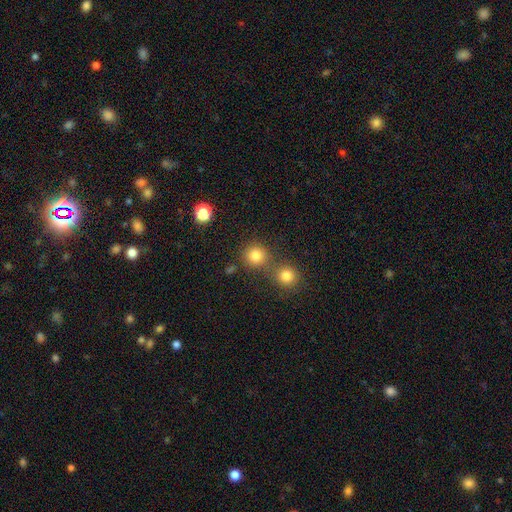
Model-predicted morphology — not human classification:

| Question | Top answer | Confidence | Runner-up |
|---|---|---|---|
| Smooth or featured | smooth | 81% | star or artifact (13%) |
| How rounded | round | 91% | in between (8%) |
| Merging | none | 64% | merger (26%) |